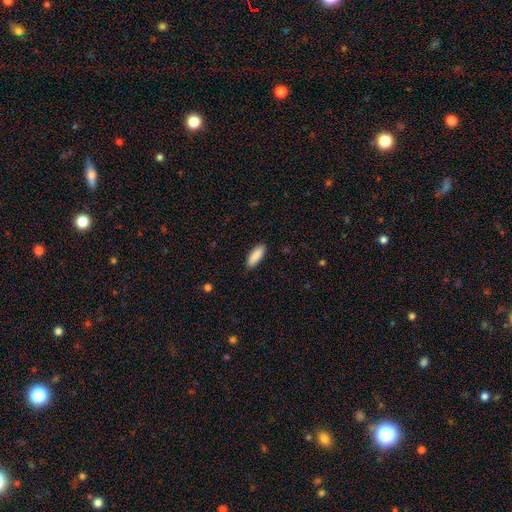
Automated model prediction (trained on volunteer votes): The model was most divided on "how rounded": in between: 62%, cigar-shaped: 36%, round: 2%. More confident: smooth or featured — smooth (90%); merging — none (88%).